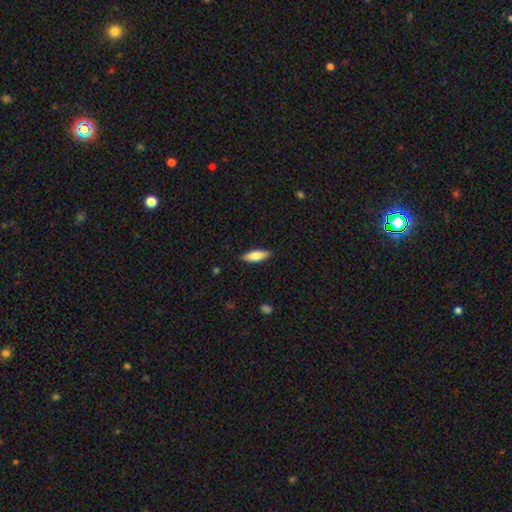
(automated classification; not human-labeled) smooth 76%, featured or disk 18%, star or artifact 6%. Down the decision tree: how rounded — in between (59%); merging — none (88%).